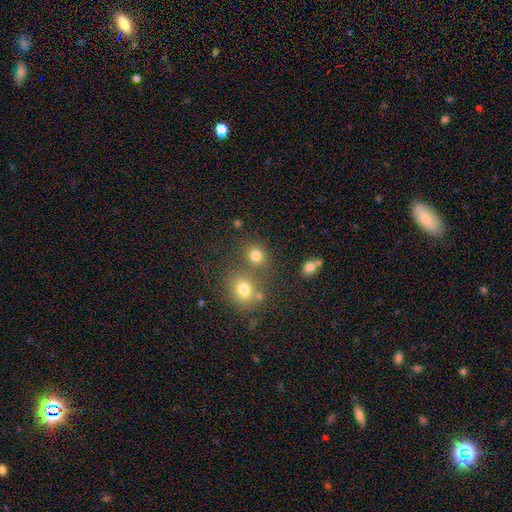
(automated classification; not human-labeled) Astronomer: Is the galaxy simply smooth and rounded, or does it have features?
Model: smooth — 78%.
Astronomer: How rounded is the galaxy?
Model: round — 72%.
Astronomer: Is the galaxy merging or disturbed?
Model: none — 66%.